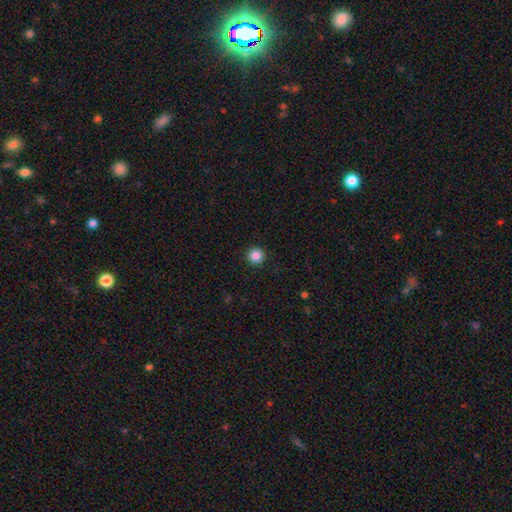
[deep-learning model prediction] The model was most divided on "smooth or featured": smooth: 85%, star or artifact: 11%, featured or disk: 4%. More confident: how rounded — round (96%); merging — none (93%).